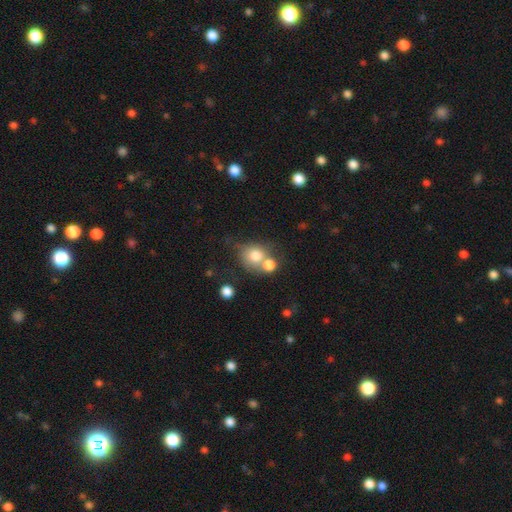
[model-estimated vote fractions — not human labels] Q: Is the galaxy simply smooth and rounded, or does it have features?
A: smooth — 76%.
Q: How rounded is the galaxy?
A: round — 77%.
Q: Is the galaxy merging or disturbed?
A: merger — 44%.